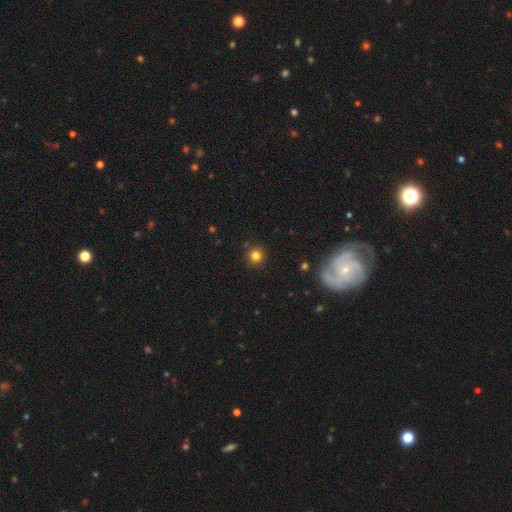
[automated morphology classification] smooth_or_featured: smooth (p=0.81) [alt: star or artifact p=0.13]
how_rounded: round (p=0.93) [alt: in between p=0.06]
merging: none (p=0.89) [alt: minor disturbance p=0.07]